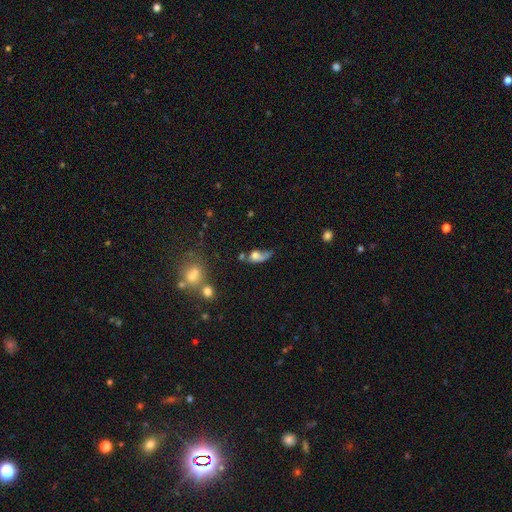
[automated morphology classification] Smooth or featured? smooth (56%)
How rounded? in between (71%)
Merging? major disturbance (41%)